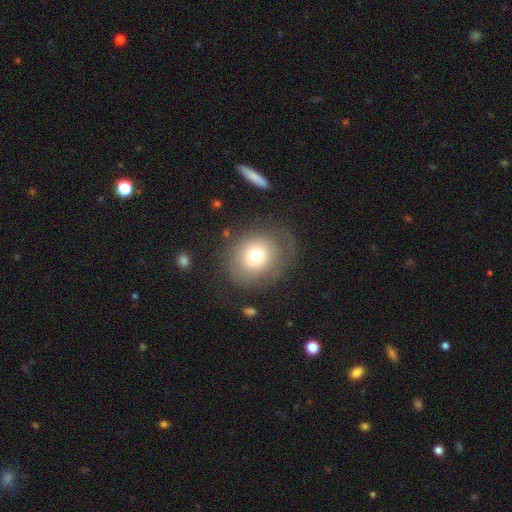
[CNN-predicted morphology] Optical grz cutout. It shows a smooth galaxy with no disk features (68%) that is round (74%). Merging: none (65%).